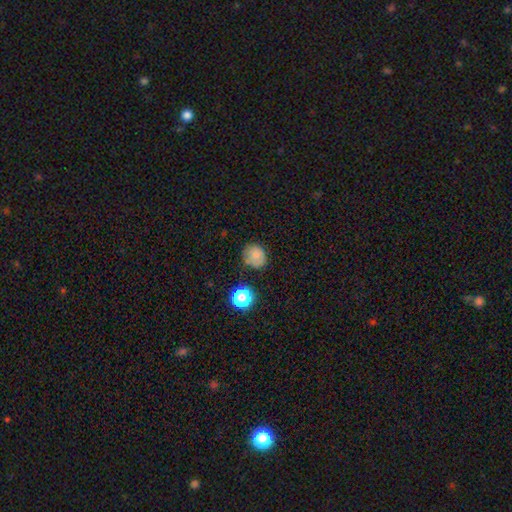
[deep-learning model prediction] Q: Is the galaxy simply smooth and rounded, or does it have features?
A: smooth — 76%.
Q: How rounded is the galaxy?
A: round — 79%.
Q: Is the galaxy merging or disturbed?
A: none — 68%.